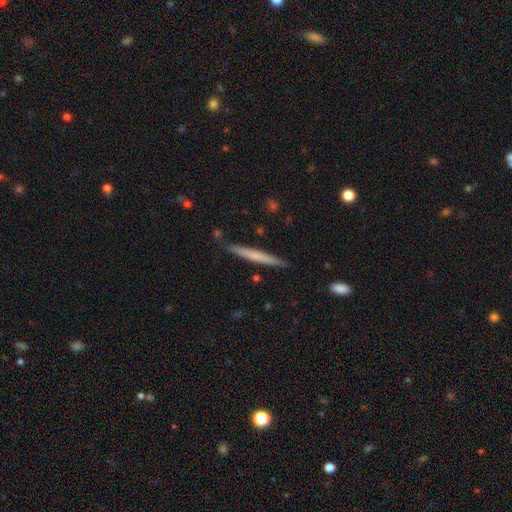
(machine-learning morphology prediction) type=smooth (55%); roundness=cigar-shaped (96%); merging=none (85%).